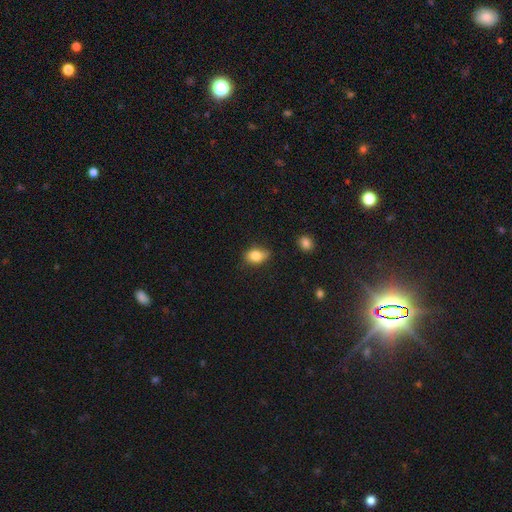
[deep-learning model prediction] Overall: smooth (82%). How rounded: in between (79%). Merging: none (68%).